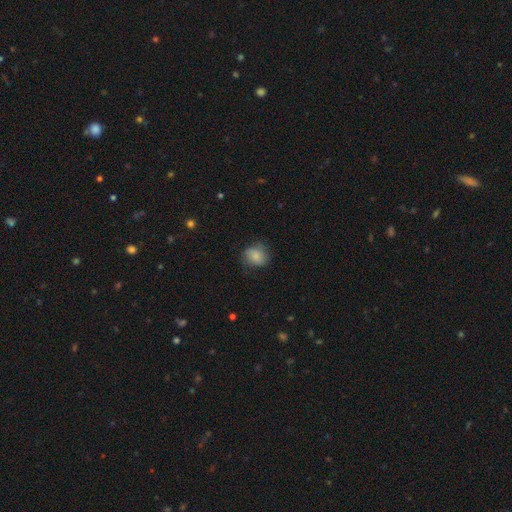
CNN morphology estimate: smooth_or_featured: smooth (p=0.80) [alt: featured or disk p=0.11]
how_rounded: round (p=0.62) [alt: in between p=0.37]
merging: none (p=0.68) [alt: minor disturbance p=0.23]